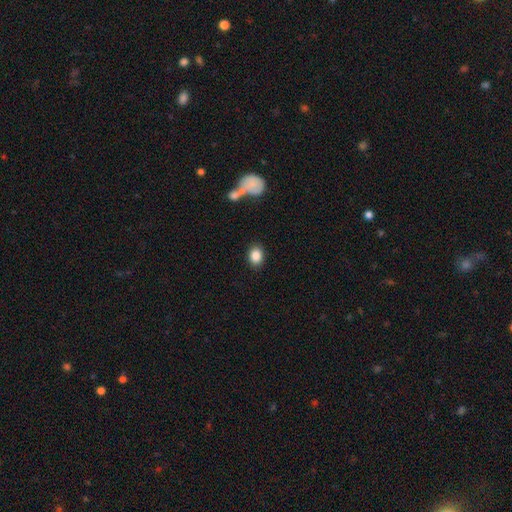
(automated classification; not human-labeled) A smooth galaxy with no disk features (87%) that is in between round and cigar-shaped (63%). Merging: none (84%).